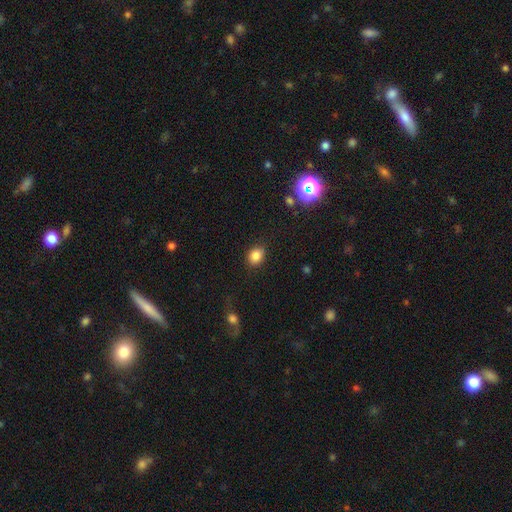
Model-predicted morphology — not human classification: Smooth or featured? Predicted: smooth (p=0.84). How rounded? Predicted: in between (p=0.51). Merging? Predicted: none (p=0.84).